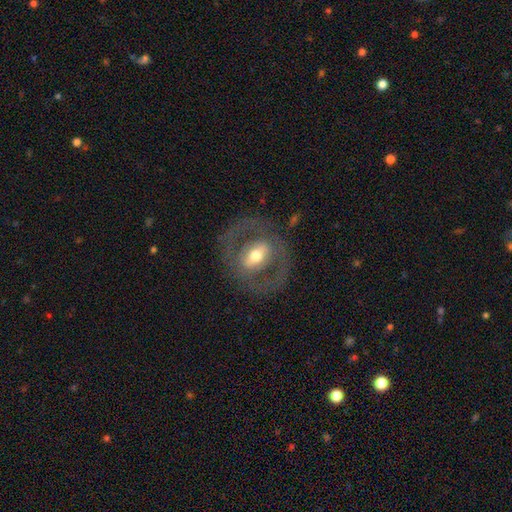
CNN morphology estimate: Q: Smooth or featured?
A: featured or disk (69%); runner-up: smooth (25%)
Q: Edge-on disk?
A: no (91%); runner-up: yes (9%)
Q: Bar?
A: strong (47%); runner-up: weak (30%)
Q: Spiral arms?
A: no (65%); runner-up: yes (35%)
Q: Bulge size?
A: moderate (65%); runner-up: small (18%)
Q: Merging?
A: none (76%); runner-up: major disturbance (12%)